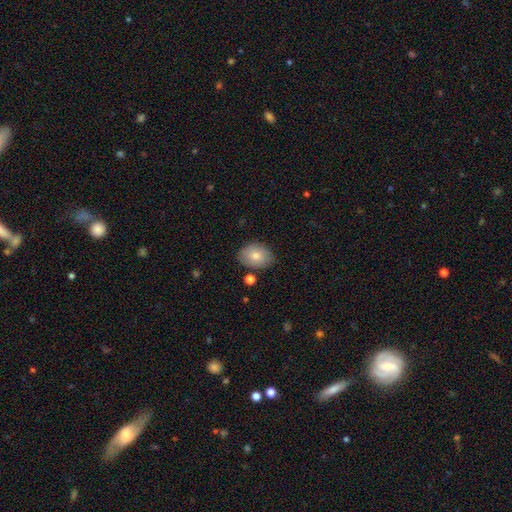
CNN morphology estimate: This is likely a smooth galaxy (78%). How rounded: likely in between (72%). Merging: likely none (78%).